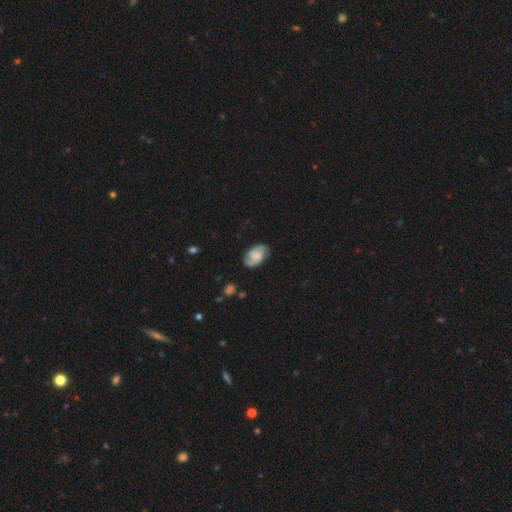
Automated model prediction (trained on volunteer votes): Smooth or featured? Predicted: featured or disk (p=0.62). Edge-on disk? Predicted: no (p=0.97). Bar? Predicted: no (p=0.56). Spiral arms? Predicted: yes (p=0.93). Spiral winding? Predicted: medium (p=0.47). Spiral arm count? Predicted: 2 (p=0.84). Bulge size? Predicted: none (p=0.42). Merging? Predicted: none (p=0.76).